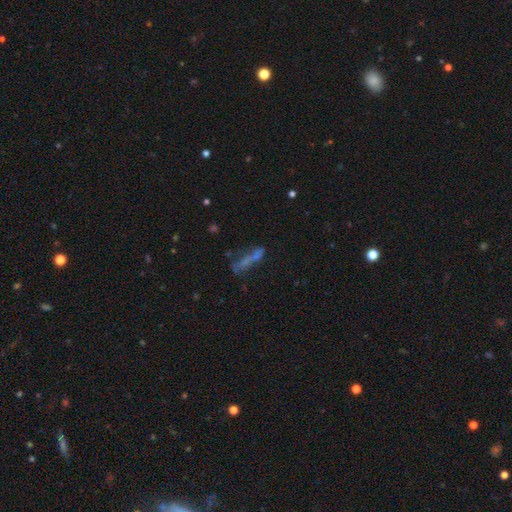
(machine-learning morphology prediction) Smooth or featured?
  - smooth: 43% *
  - featured or disk: 39%
  - star or artifact: 18%
Merging?
  - none: 47% *
  - major disturbance: 21%
  - minor disturbance: 20%
  - merger: 12%